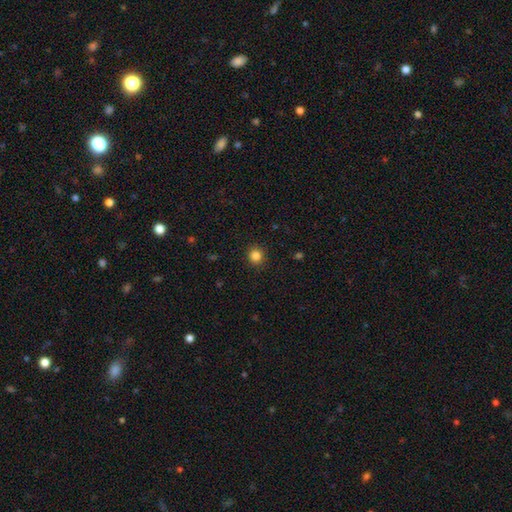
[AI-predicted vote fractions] The model was most divided on "smooth or featured": smooth: 85%, star or artifact: 12%, featured or disk: 4%. More confident: merging — none (91%); how rounded — round (91%).